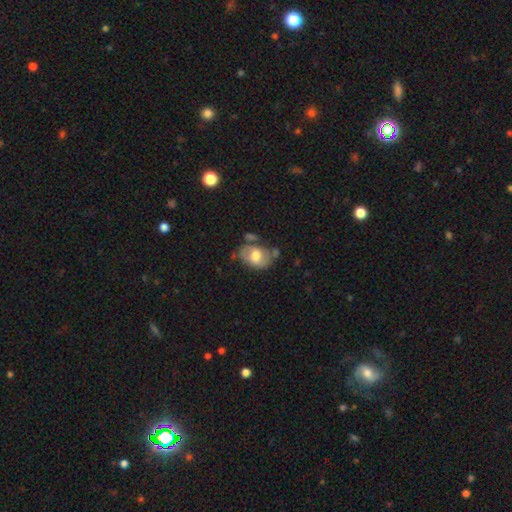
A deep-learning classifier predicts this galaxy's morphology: Smooth or featured?
  - smooth: 53% *
  - featured or disk: 40%
  - star or artifact: 7%
How rounded?
  - in between: 77% *
  - round: 22%
  - cigar-shaped: 1%
Merging?
  - none: 52% *
  - minor disturbance: 27%
  - merger: 11%
  - major disturbance: 10%